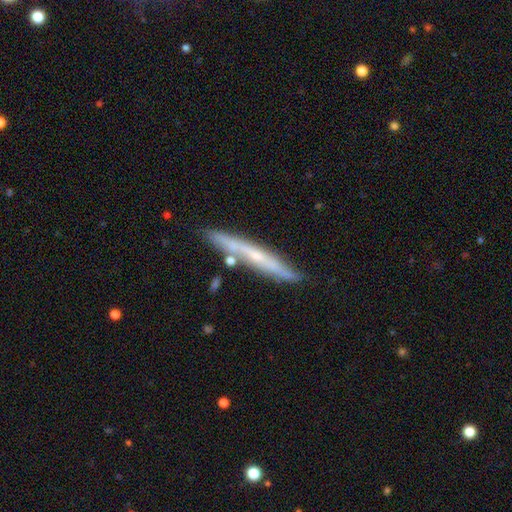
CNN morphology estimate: Overall: featured or disk (59%; smooth 35%). Edge-on disk: yes (88%). Edge-on bulge: rounded (49%; none 46%). Merging: none (73%).